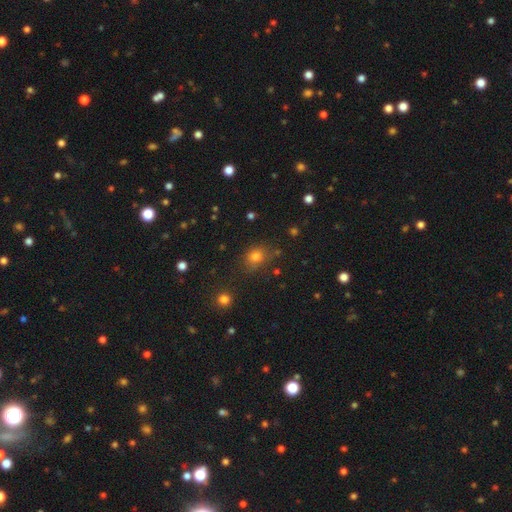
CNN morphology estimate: Q: Smooth or featured?
A: smooth (75%); runner-up: star or artifact (18%)
Q: How rounded?
A: round (60%); runner-up: in between (39%)
Q: Merging?
A: none (73%); runner-up: minor disturbance (16%)